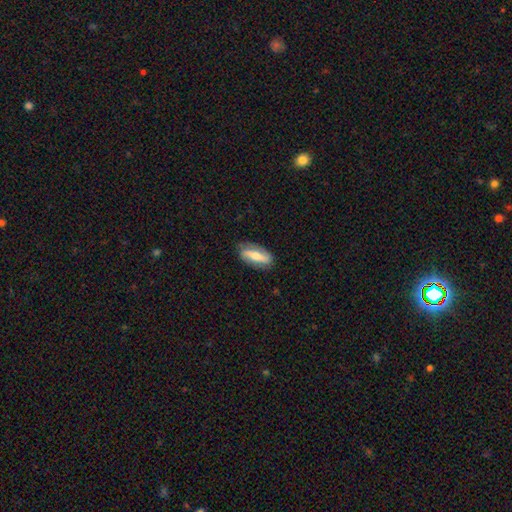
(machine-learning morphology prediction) A featured or disk galaxy (53%). Merging: none (80%).